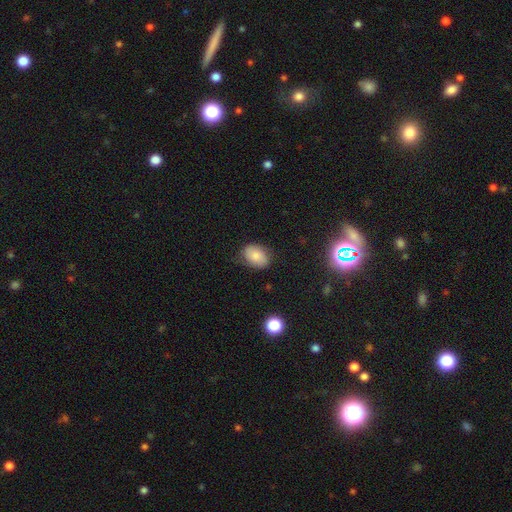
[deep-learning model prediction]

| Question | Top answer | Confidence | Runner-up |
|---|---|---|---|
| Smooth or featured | smooth | 78% | featured or disk (13%) |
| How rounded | in between | 78% | round (21%) |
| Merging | none | 74% | minor disturbance (20%) |